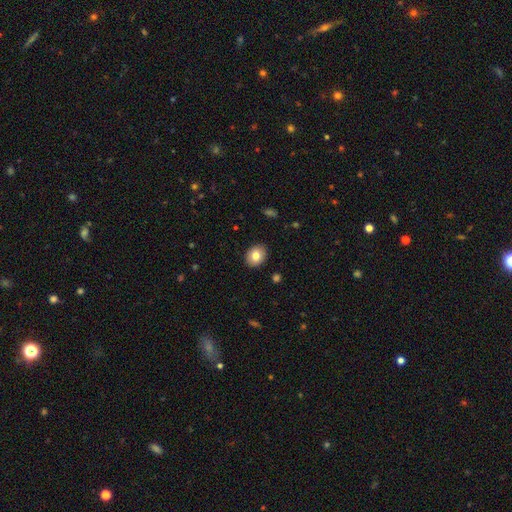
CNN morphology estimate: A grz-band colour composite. It shows a smooth galaxy with no disk features (79%) that is round (52%). Merging: none (90%).